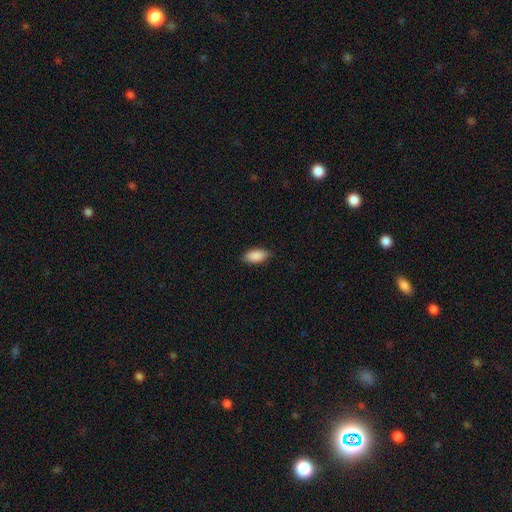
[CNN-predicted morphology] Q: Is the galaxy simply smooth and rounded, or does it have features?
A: smooth — 89%.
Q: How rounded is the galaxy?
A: in between — 92%.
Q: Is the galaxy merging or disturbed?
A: none — 83%.